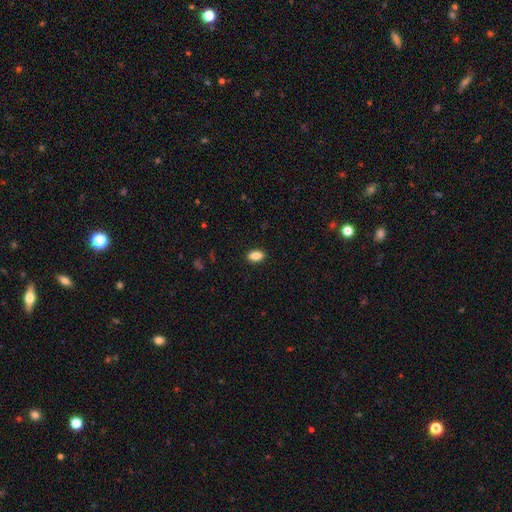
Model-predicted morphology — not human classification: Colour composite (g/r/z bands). It shows a smooth galaxy with no disk features (86%) that is in between round and cigar-shaped (89%). Merging: none (90%).